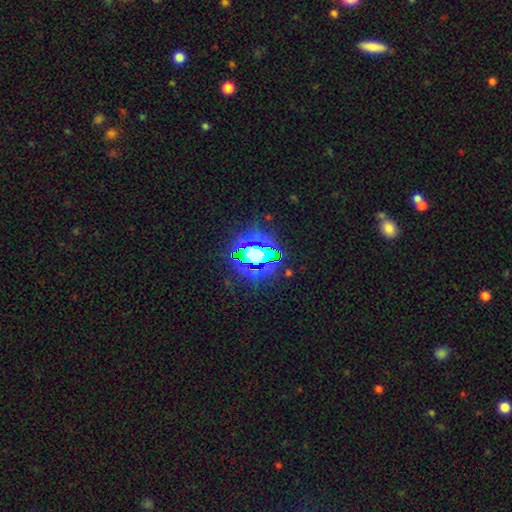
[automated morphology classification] The model was most divided on "smooth or featured": star or artifact: 63%, smooth: 21%, featured or disk: 16%.